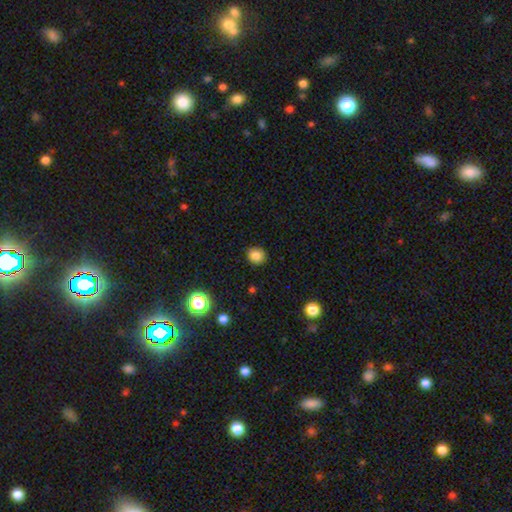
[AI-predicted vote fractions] Overall: smooth (83%). How rounded: round (80%). Merging: none (90%).